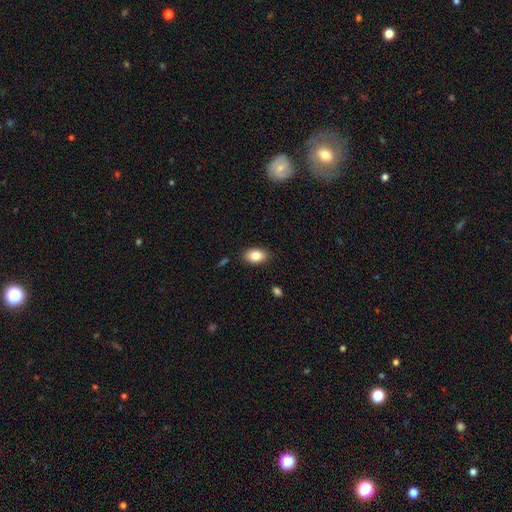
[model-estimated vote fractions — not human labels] smooth-or-featured: smooth: 83% | featured or disk: 9% | star or artifact: 8%
  how-rounded: in between: 88% | round: 11% | cigar-shaped: 1%
  merging: none: 87% | minor disturbance: 9% | major disturbance: 2% | merger: 1%